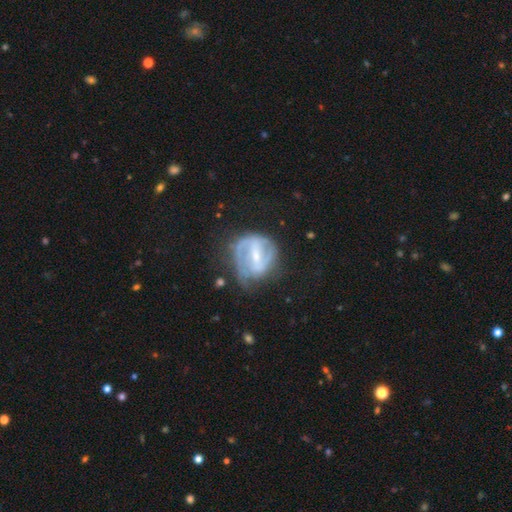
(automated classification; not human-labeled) Smooth or featured? Predicted: featured or disk (p=0.81). Edge-on disk? Predicted: no (p=0.97). Bar? Predicted: strong (p=0.51). Spiral arms? Predicted: yes (p=0.86). Spiral winding? Predicted: medium (p=0.42). Spiral arm count? Predicted: 2 (p=0.60). Bulge size? Predicted: small (p=0.58). Merging? Predicted: none (p=0.52).